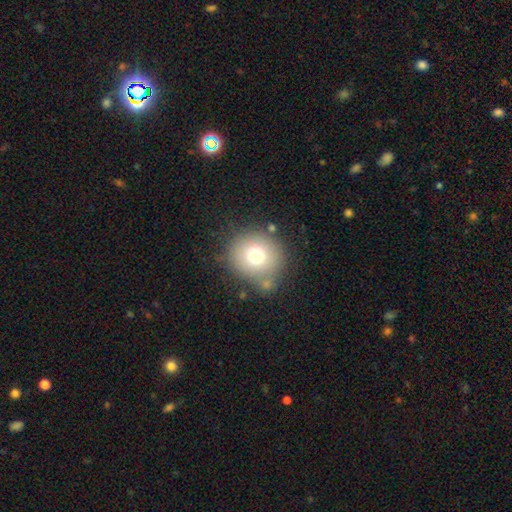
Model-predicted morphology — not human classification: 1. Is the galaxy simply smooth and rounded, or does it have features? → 72% smooth, 15% featured or disk, 13% star or artifact.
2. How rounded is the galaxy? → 89% round, 10% in between, 1% cigar-shaped.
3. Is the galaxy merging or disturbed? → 69% none, 16% minor disturbance, 9% merger, 7% major disturbance.